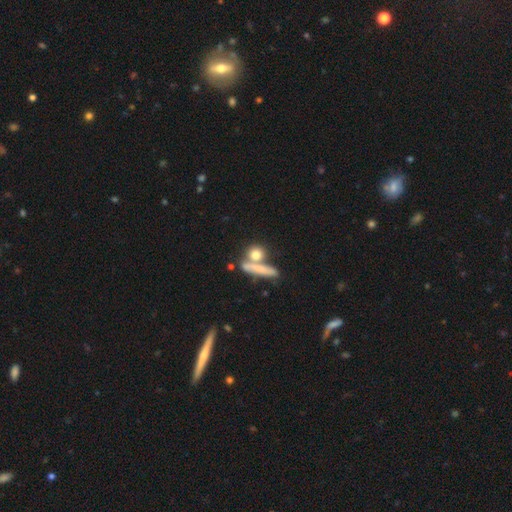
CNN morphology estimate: Smooth or featured: smooth — 72% (featured or disk — 18%)
How rounded: round — 50% (cigar-shaped — 29%)
Merging: none — 56% (merger — 27%)